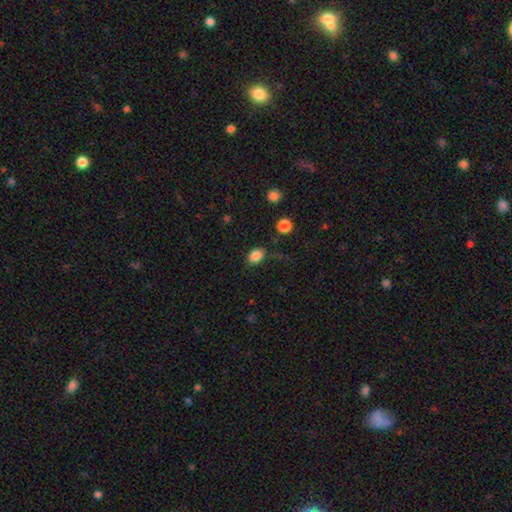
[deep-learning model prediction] Smooth or featured?
  - smooth: 85% *
  - star or artifact: 10%
  - featured or disk: 5%
How rounded?
  - in between: 78% *
  - round: 20%
  - cigar-shaped: 1%
Merging?
  - none: 79% *
  - minor disturbance: 15%
  - major disturbance: 4%
  - merger: 2%